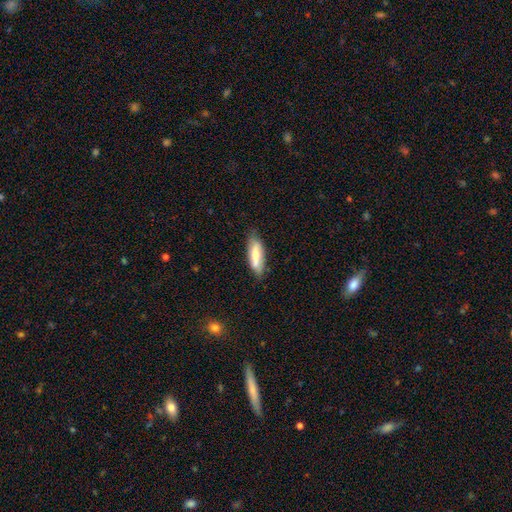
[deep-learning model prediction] Overall: smooth (66%; featured or disk 28%). How rounded: in between (60%; cigar-shaped 38%). Merging: none (76%).